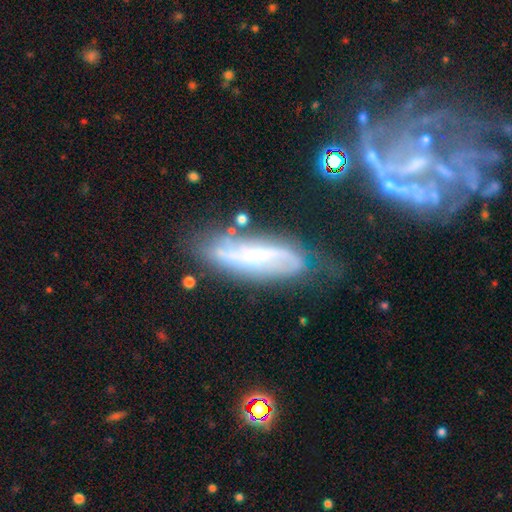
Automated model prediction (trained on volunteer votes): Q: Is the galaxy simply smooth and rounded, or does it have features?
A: featured or disk — 75%.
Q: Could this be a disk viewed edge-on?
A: no — 80%.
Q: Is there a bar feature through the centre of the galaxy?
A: no — 40%.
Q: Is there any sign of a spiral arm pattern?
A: yes — 87%.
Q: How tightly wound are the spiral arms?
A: loose — 48%.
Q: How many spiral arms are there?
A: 2 — 71%.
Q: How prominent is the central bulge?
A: small — 66%.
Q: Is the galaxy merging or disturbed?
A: none — 64%.